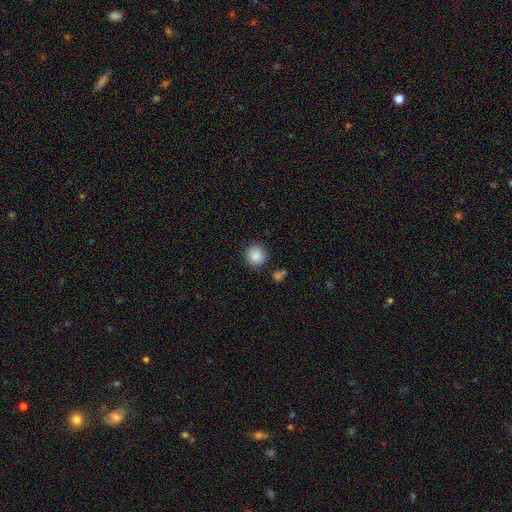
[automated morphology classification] Smooth or featured? Predicted: smooth (p=0.87). How rounded? Predicted: round (p=0.92). Merging? Predicted: none (p=0.86).